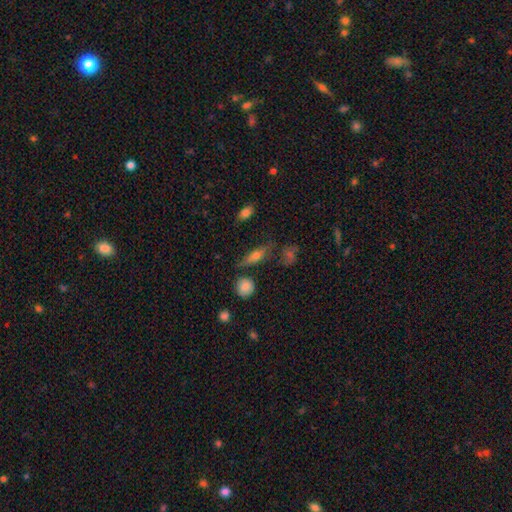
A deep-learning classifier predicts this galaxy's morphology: Smooth or featured? smooth (50%)
How rounded? in between (46%)
Merging? none (72%)